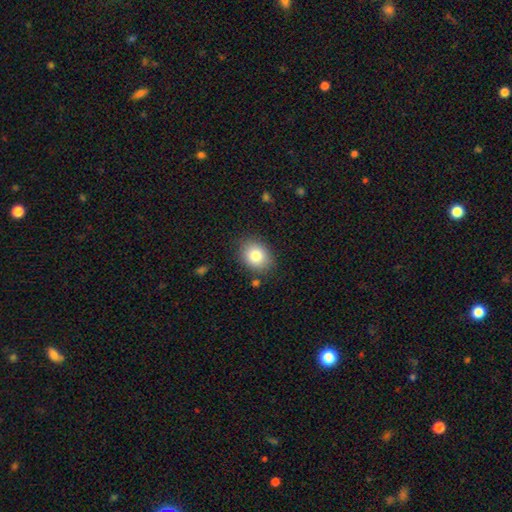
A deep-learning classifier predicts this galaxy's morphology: This is clearly a smooth galaxy (82%). How rounded: possibly in between (53%). Merging: clearly none (84%).